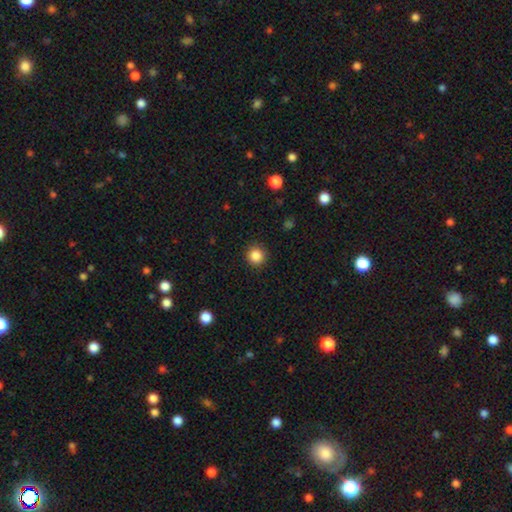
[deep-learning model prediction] This is clearly a smooth galaxy (86%). How rounded: clearly round (94%). Merging: clearly none (91%).